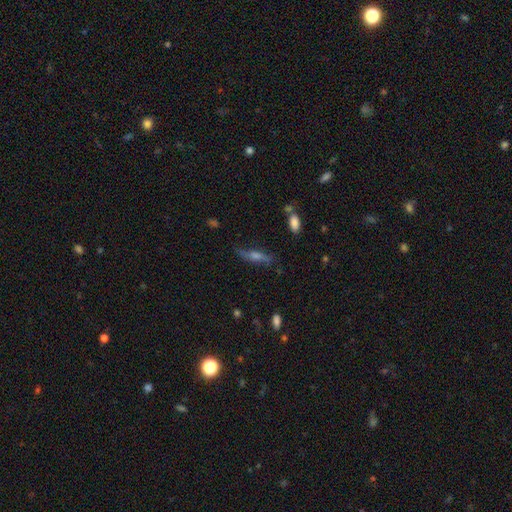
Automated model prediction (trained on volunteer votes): Smooth or featured? Predicted: featured or disk (p=0.48). Merging? Predicted: none (p=0.70).